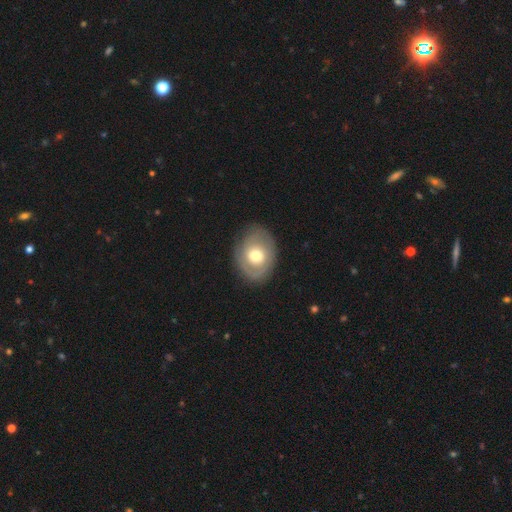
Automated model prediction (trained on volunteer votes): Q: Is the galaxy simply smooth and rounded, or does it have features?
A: featured or disk — 49%.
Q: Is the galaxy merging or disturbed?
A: none — 75%.